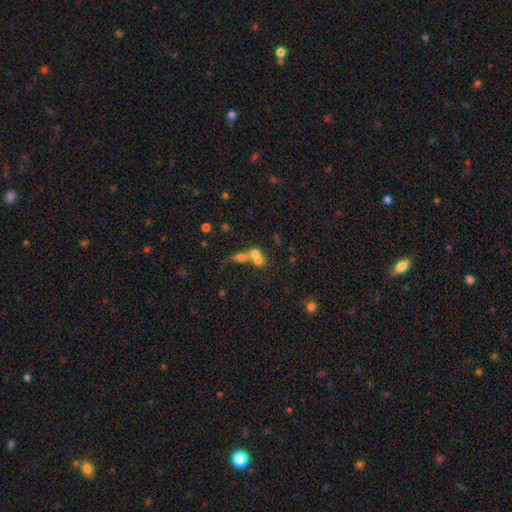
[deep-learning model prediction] Overall: smooth (58%; featured or disk 28%). How rounded: in between (51%; round 41%). Merging: merger (71%).